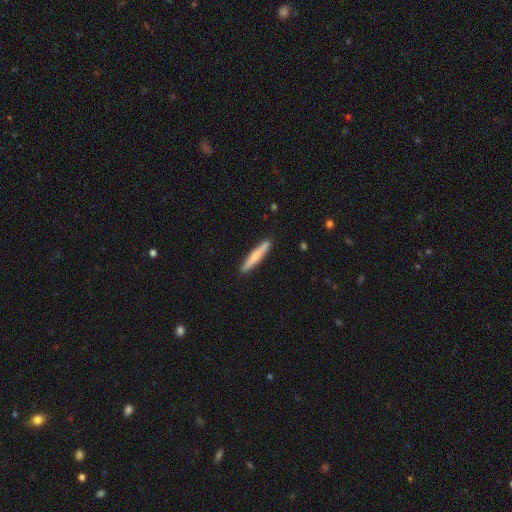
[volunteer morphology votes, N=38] Smooth or featured? 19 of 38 (50%) said smooth. How rounded? 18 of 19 (95%) said cigar-shaped. Merging? 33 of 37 (89%) said none.